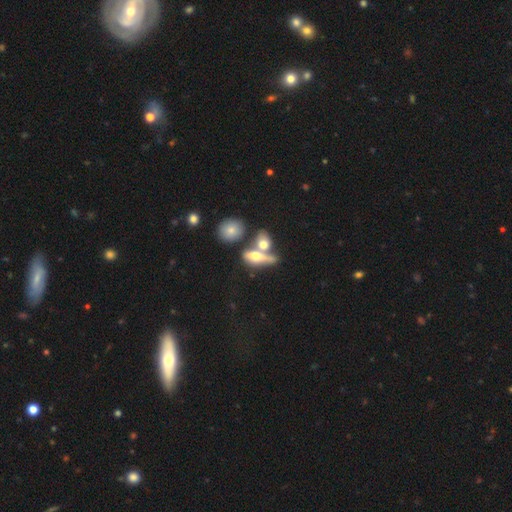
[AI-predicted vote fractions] This is possibly a smooth galaxy (54%). How rounded: likely in between (61%). Merging: possibly merger (49%).